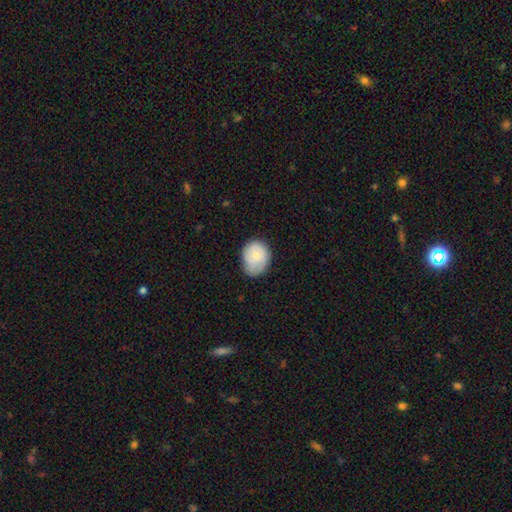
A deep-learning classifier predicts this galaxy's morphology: Q: Smooth or featured?
A: smooth (71%); runner-up: featured or disk (23%)
Q: How rounded?
A: round (50%); runner-up: in between (49%)
Q: Merging?
A: none (62%); runner-up: minor disturbance (30%)